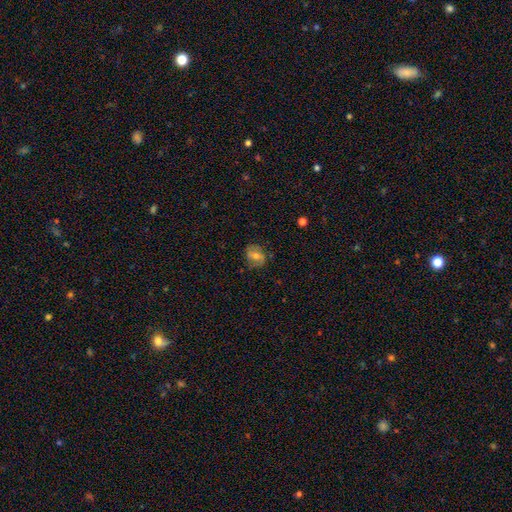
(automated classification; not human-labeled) This appears to be a smooth galaxy with no disk features (49%). Merging: none (75%).